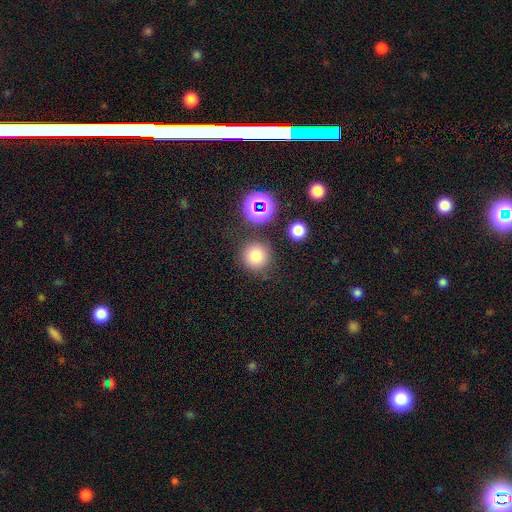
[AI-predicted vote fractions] smooth-or-featured: smooth: 77% | star or artifact: 16% | featured or disk: 7%
  how-rounded: round: 93% | in between: 6% | cigar-shaped: 1%
  merging: none: 80% | minor disturbance: 10% | merger: 6% | major disturbance: 4%